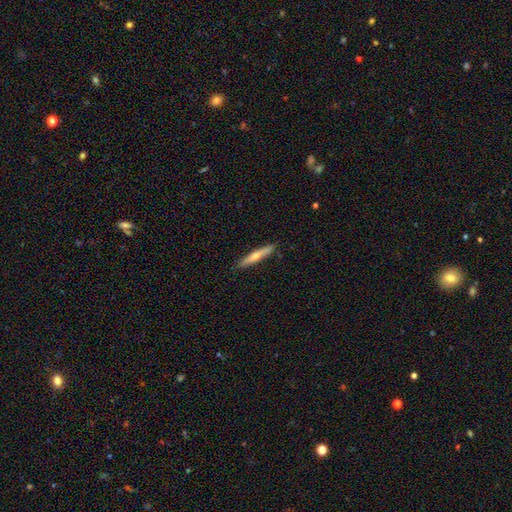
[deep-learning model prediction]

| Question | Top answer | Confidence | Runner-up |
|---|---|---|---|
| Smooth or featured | featured or disk | 54% | smooth (39%) |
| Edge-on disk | yes | 95% | no (5%) |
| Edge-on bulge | rounded | 83% | none (14%) |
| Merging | none | 90% | minor disturbance (8%) |